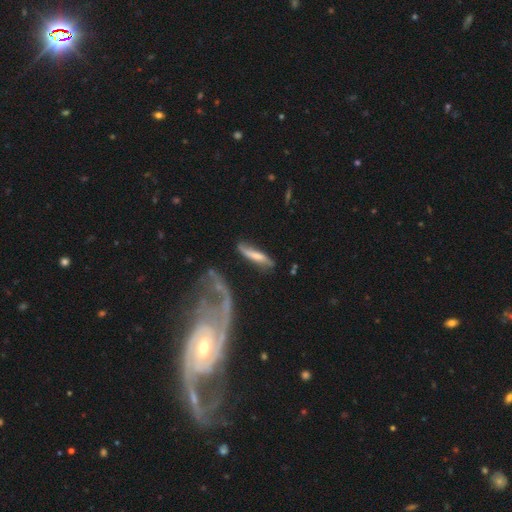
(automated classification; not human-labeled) The model was most divided on "smooth or featured": smooth: 52%, featured or disk: 41%, star or artifact: 7%. More confident: how rounded — cigar-shaped (80%); merging — none (57%).